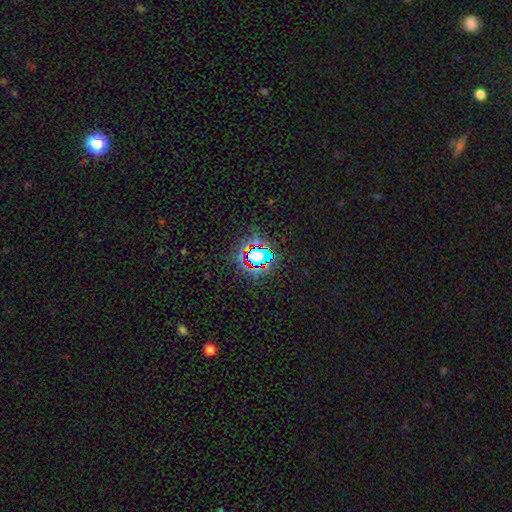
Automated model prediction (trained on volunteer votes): This appears to be a star or artifact, not a galaxy (68%).